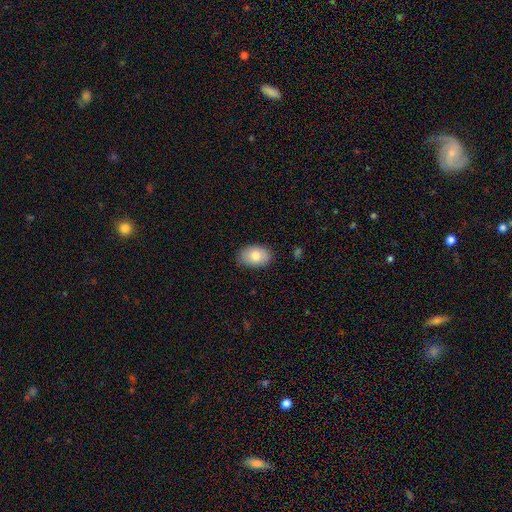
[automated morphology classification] smooth_or_featured: smooth (p=0.81) [alt: featured or disk p=0.12]
how_rounded: in between (p=0.87) [alt: round p=0.12]
merging: none (p=0.85) [alt: minor disturbance p=0.12]